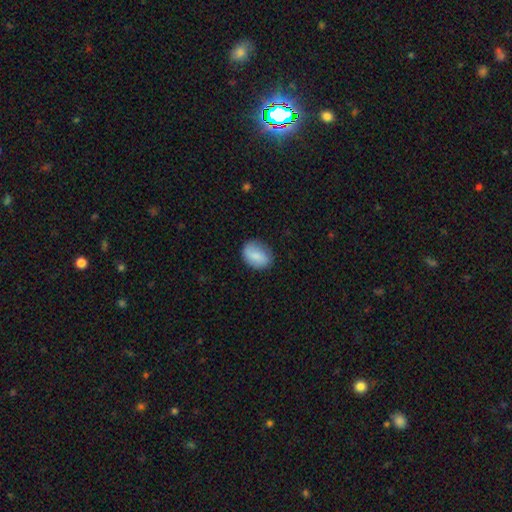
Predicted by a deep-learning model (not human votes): This is likely a smooth galaxy (80%). How rounded: likely in between (66%). Merging: likely none (76%).